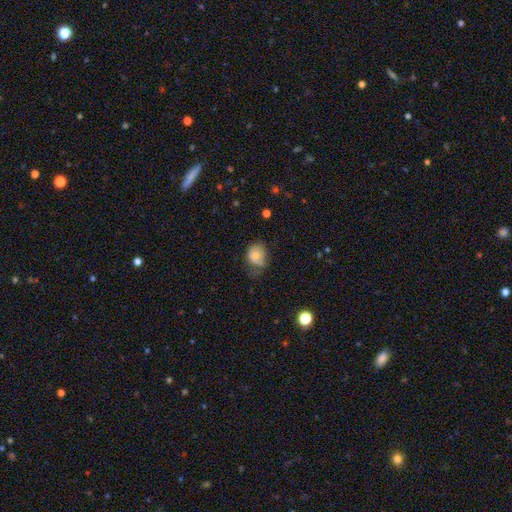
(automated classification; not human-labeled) Smooth or featured? Predicted: smooth (p=0.71). How rounded? Predicted: round (p=0.55). Merging? Predicted: none (p=0.41).